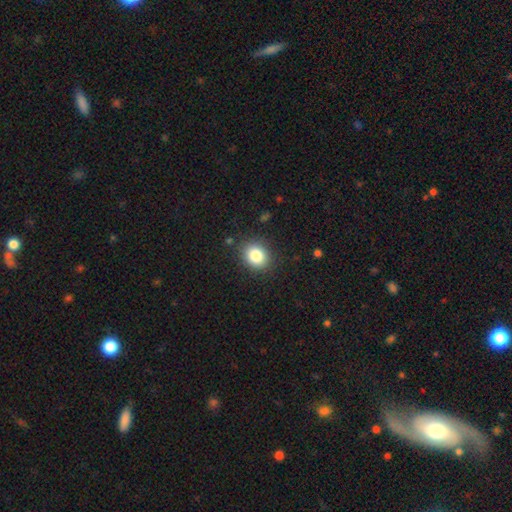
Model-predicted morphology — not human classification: Smooth or featured? smooth (84%)
How rounded? round (61%)
Merging? none (87%)